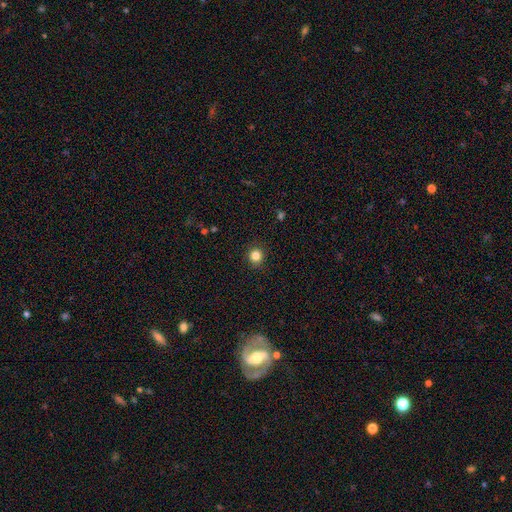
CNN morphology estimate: Smooth or featured? smooth (83%)
How rounded? round (92%)
Merging? none (91%)